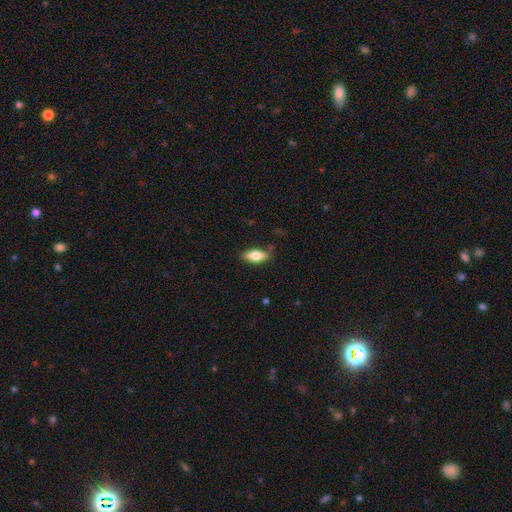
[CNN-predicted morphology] The model was most divided on "smooth or featured": smooth: 72%, featured or disk: 22%, star or artifact: 7%. More confident: merging — none (83%); how rounded — in between (79%).